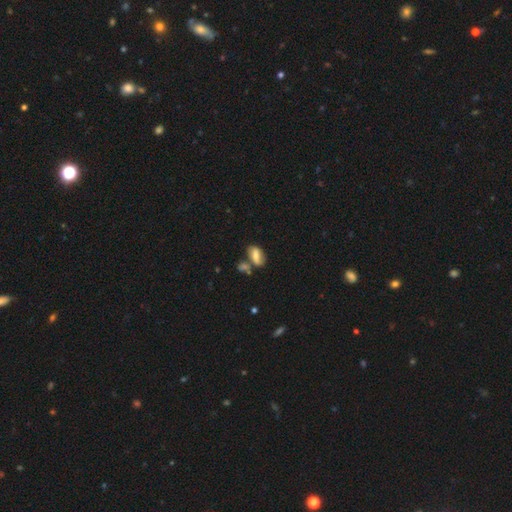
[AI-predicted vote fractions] smooth-or-featured: smooth: 68% | featured or disk: 22% | star or artifact: 9%
  how-rounded: in between: 88% | round: 7% | cigar-shaped: 5%
  merging: none: 45% | merger: 27% | minor disturbance: 20% | major disturbance: 8%